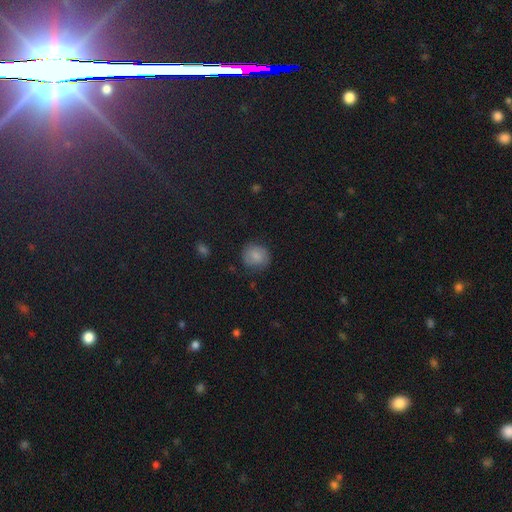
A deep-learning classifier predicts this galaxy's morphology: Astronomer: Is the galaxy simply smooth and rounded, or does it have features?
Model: smooth — 77%.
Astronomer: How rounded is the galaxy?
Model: round — 82%.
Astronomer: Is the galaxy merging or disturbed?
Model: none — 76%.